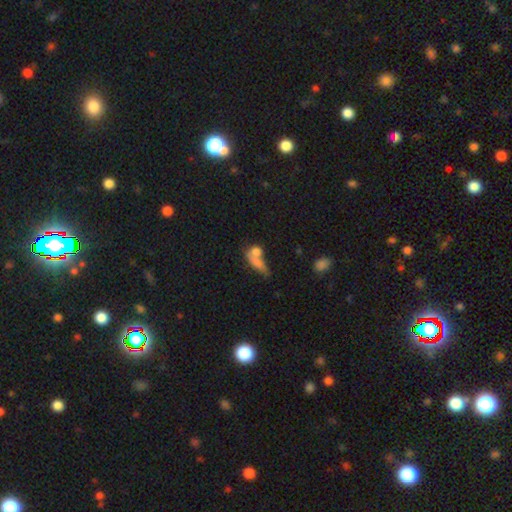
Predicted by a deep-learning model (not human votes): A smooth galaxy with no disk features (70%) that is in between round and cigar-shaped (54%). Merging: merger (48%).